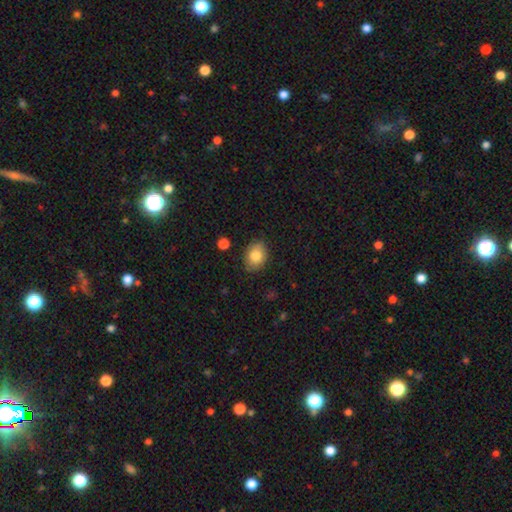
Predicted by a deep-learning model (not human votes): A smooth galaxy with no disk features (83%) that is in between round and cigar-shaped (67%). Merging: none (83%).